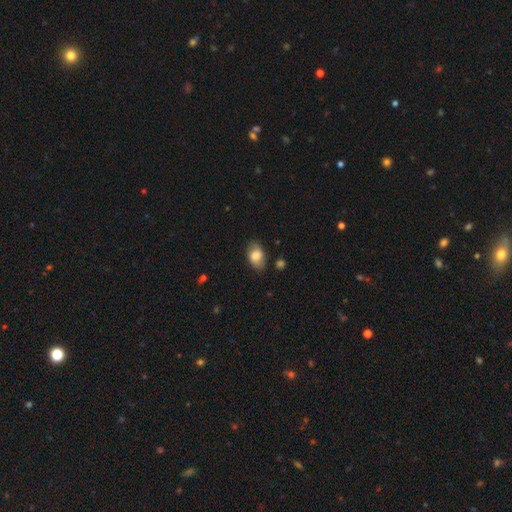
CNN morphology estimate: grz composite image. It shows a smooth galaxy with no disk features (78%) that is in between round and cigar-shaped (89%). Merging: none (82%).